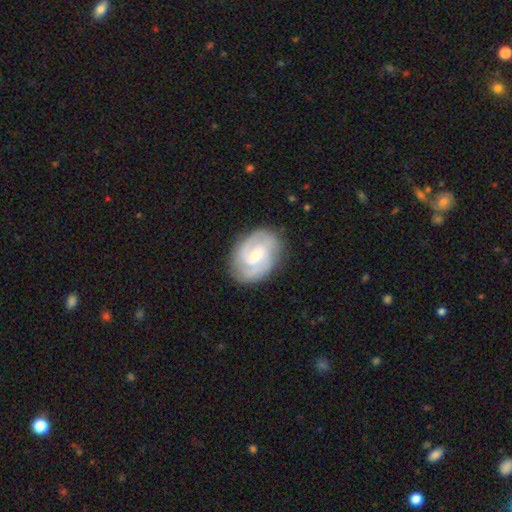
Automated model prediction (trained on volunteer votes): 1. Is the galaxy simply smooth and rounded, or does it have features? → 82% featured or disk, 13% smooth, 5% star or artifact.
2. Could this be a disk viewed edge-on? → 98% no, 2% yes.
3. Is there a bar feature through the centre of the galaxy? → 47% no, 45% weak, 8% strong.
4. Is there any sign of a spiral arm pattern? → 96% yes, 4% no.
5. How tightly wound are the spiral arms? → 49% tight, 42% medium, 9% loose.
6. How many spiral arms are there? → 57% 2, 20% 3, 13% can't tell, 3% 4, 3% 1, 3% more than 4.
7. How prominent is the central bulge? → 60% small, 35% moderate, 2% large, 2% none, 1% dominant.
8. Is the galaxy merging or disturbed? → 82% none, 13% minor disturbance, 4% major disturbance, 1% merger.